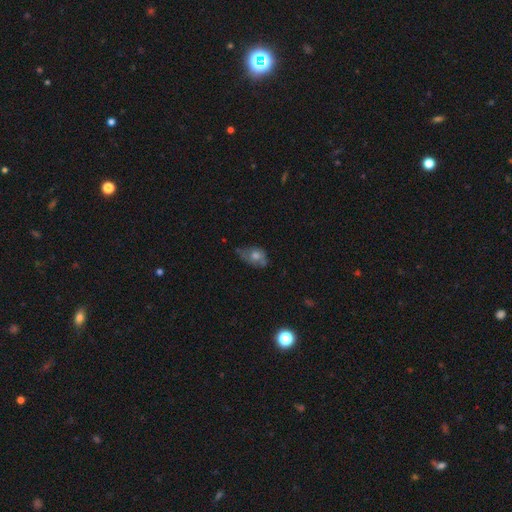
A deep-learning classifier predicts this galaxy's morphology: Smooth or featured: smooth — 52% (featured or disk — 34%)
How rounded: in between — 70% (round — 28%)
Merging: none — 42% (minor disturbance — 35%)